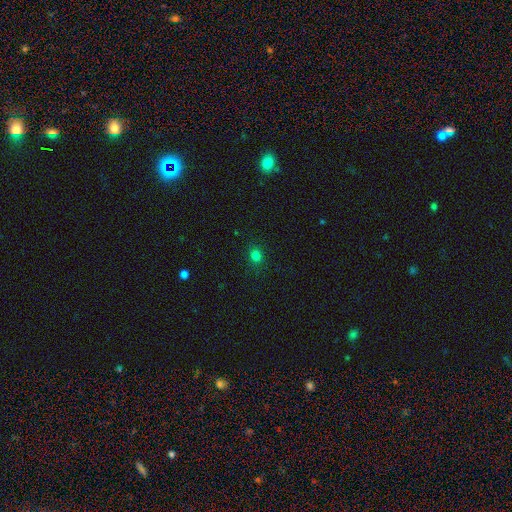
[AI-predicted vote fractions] Smooth or featured?
  - smooth: 79% *
  - star or artifact: 16%
  - featured or disk: 5%
How rounded?
  - round: 75% *
  - in between: 24%
  - cigar-shaped: 1%
Merging?
  - none: 88% *
  - minor disturbance: 8%
  - major disturbance: 2%
  - merger: 1%